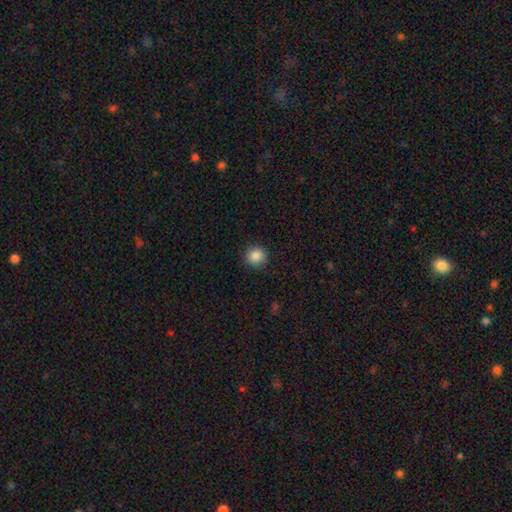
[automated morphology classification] smooth-or-featured: smooth: 87% | star or artifact: 10% | featured or disk: 4%
  how-rounded: round: 92% | in between: 7% | cigar-shaped: 1%
  merging: none: 89% | minor disturbance: 8% | major disturbance: 2% | merger: 1%